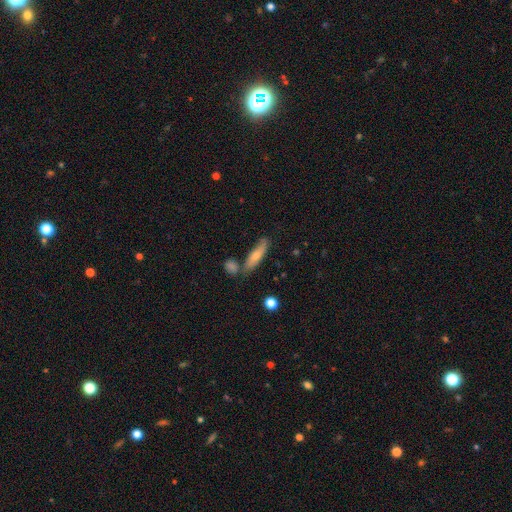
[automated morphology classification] The model was most divided on "smooth or featured": smooth: 66%, featured or disk: 28%, star or artifact: 6%. More confident: how rounded — cigar-shaped (70%); merging — none (67%).